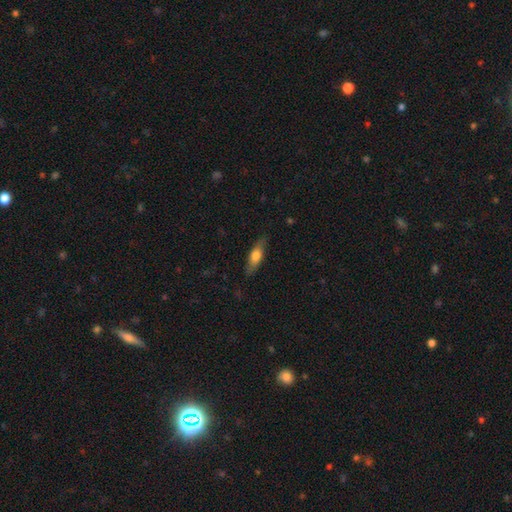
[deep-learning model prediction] The model was most divided on "how rounded": in between: 51%, cigar-shaped: 47%, round: 3%. More confident: merging — none (82%); smooth or featured — smooth (66%).